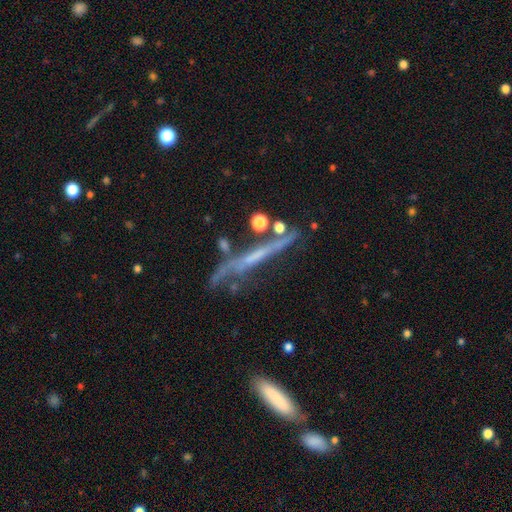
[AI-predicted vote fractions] smooth_or_featured: featured or disk (p=0.65) [alt: smooth p=0.24]
disk_edge_on: yes (p=0.84) [alt: no p=0.16]
edge_on_bulge: none (p=0.71) [alt: rounded p=0.20]
merging: none (p=0.55) [alt: minor disturbance p=0.22]